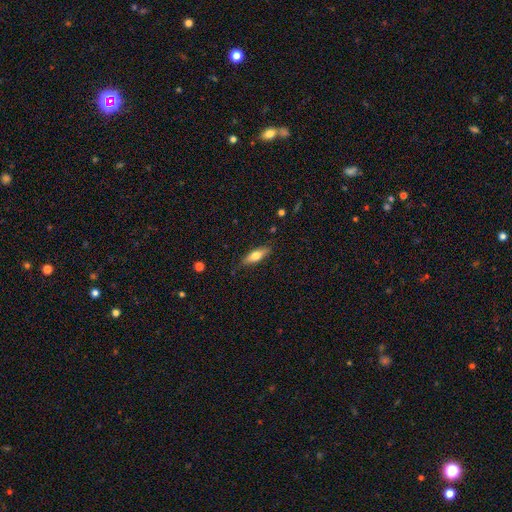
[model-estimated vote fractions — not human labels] Overall: smooth (65%; featured or disk 29%). How rounded: in between (52%; cigar-shaped 46%). Merging: none (84%).